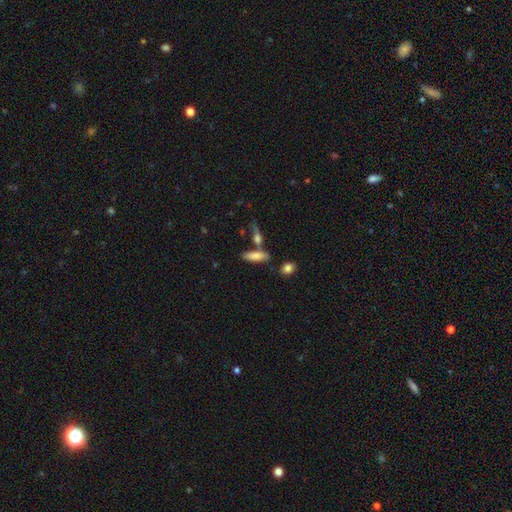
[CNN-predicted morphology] A smooth galaxy with no disk features (76%) that is in between round and cigar-shaped (51%). Merging: none (62%).